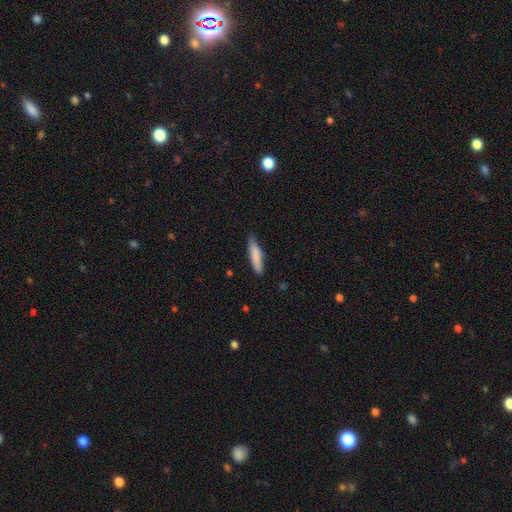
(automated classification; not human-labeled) smooth 82%, featured or disk 12%, star or artifact 6%. Down the decision tree: how rounded — cigar-shaped (80%); merging — none (76%).